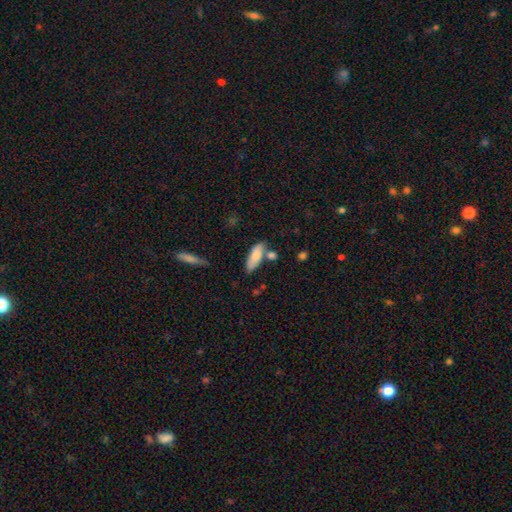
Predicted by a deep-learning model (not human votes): Morphology: type=smooth (79%); roundness=in between (66%); merging=none (63%).